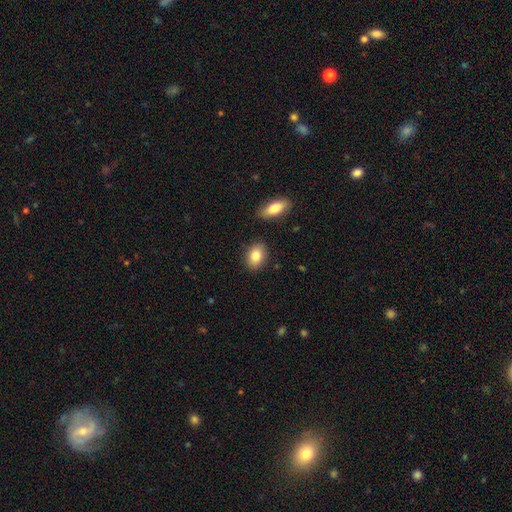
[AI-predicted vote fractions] Smooth or featured? Predicted: smooth (p=0.84). How rounded? Predicted: in between (p=0.76). Merging? Predicted: none (p=0.86).